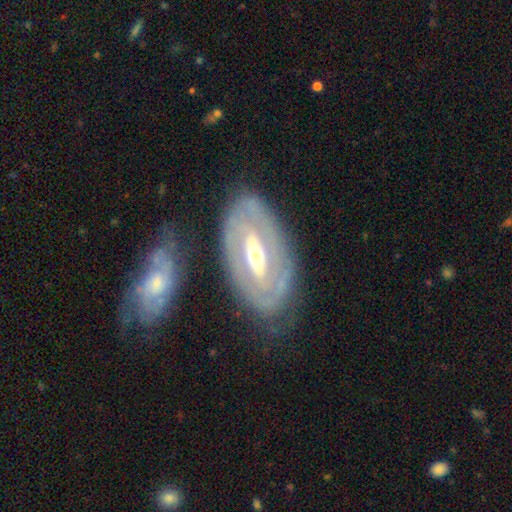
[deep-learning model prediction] Morphology: type=featured or disk (82%); edge-on=no (90%); bar=strong (48%); spiral arms=yes (71%); winding=tight (70%); arm count=2 (46%); bulge=moderate (68%); merging=none (73%).